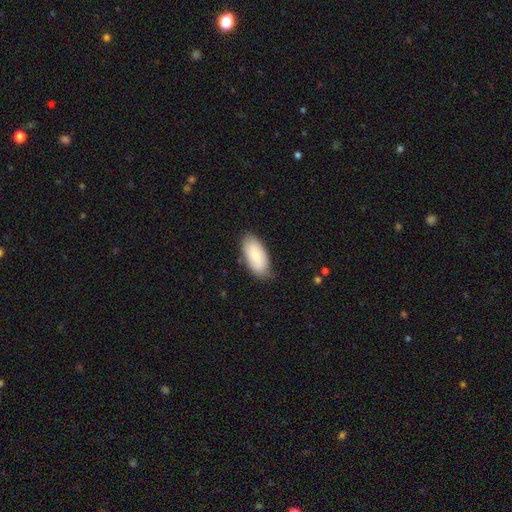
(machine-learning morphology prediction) smooth 74%, featured or disk 20%, star or artifact 6%. Down the decision tree: how rounded — in between (92%); merging — none (76%).